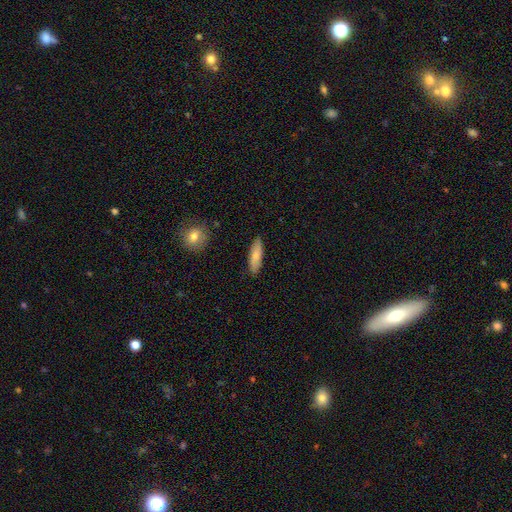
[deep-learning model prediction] Smooth or featured?
  - smooth: 75% *
  - featured or disk: 19%
  - star or artifact: 6%
How rounded?
  - cigar-shaped: 58% *
  - in between: 40%
  - round: 2%
Merging?
  - none: 87% *
  - minor disturbance: 9%
  - major disturbance: 2%
  - merger: 1%